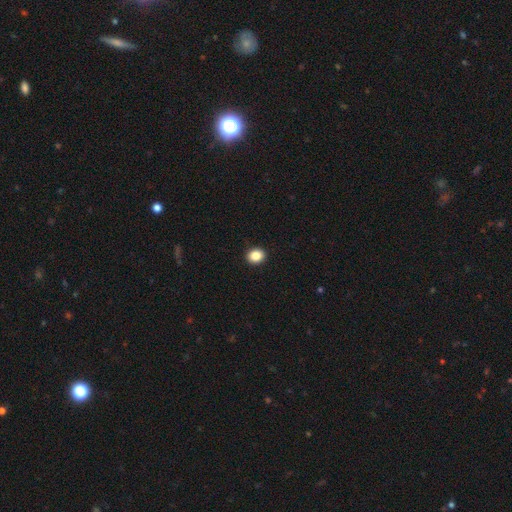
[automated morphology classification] Smooth or featured?
  - smooth: 87% *
  - star or artifact: 9%
  - featured or disk: 4%
How rounded?
  - round: 61% *
  - in between: 38%
  - cigar-shaped: 1%
Merging?
  - none: 92% *
  - minor disturbance: 5%
  - major disturbance: 2%
  - merger: 1%